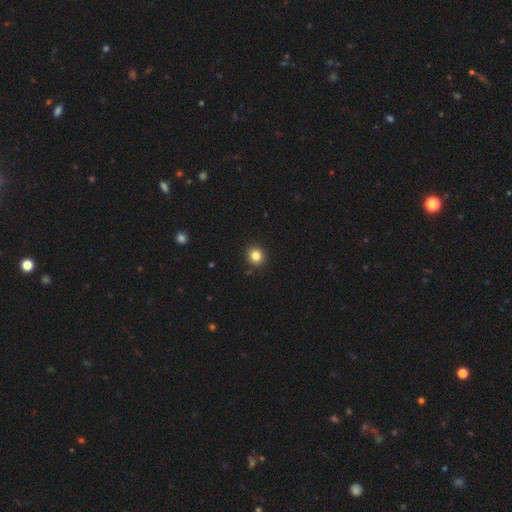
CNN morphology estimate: Q: Smooth or featured?
A: smooth (83%); runner-up: star or artifact (12%)
Q: How rounded?
A: round (92%); runner-up: in between (7%)
Q: Merging?
A: none (91%); runner-up: minor disturbance (5%)